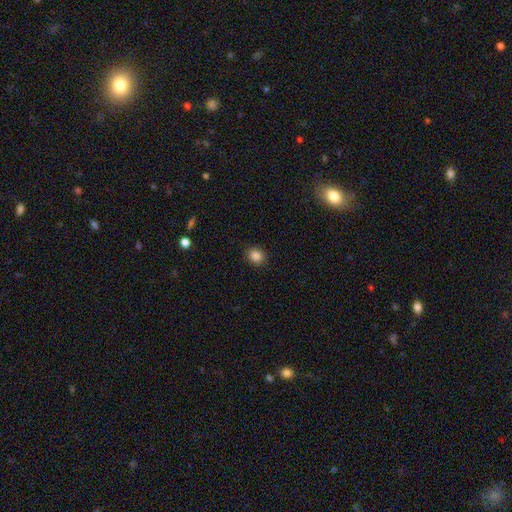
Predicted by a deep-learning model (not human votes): Smooth or featured? smooth (86%)
How rounded? round (74%)
Merging? none (88%)